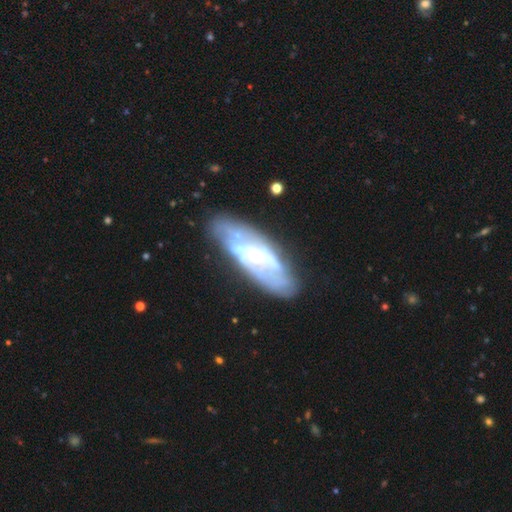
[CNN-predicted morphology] type=featured or disk (79%); edge-on=no (86%); bar=no (55%); spiral arms=yes (74%); winding=tight (45%); arm count=can't tell (42%, tied with 2); bulge=small (53%); merging=none (69%).